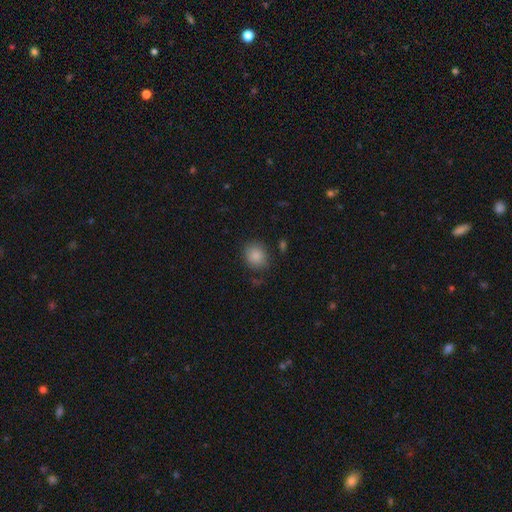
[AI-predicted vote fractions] A smooth galaxy with no disk features (87%) that is round (72%). Merging: none (80%).